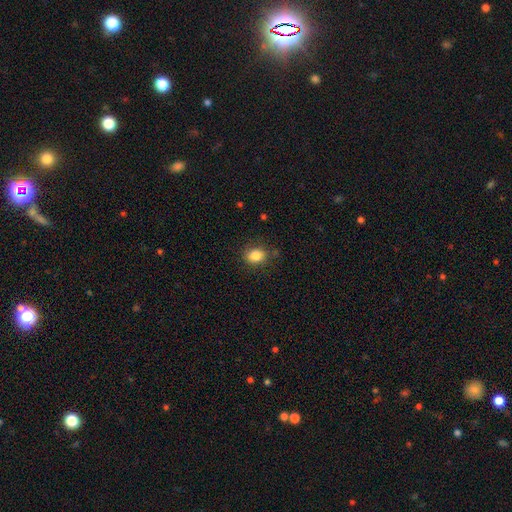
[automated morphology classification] Smooth or featured: smooth — 84% (star or artifact — 10%)
How rounded: in between — 53% (round — 46%)
Merging: none — 81% (minor disturbance — 13%)